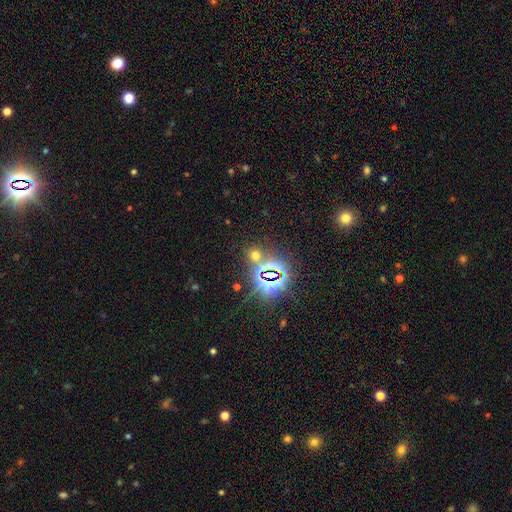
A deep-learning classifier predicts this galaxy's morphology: This appears to be a star or artifact, not a galaxy (56%).